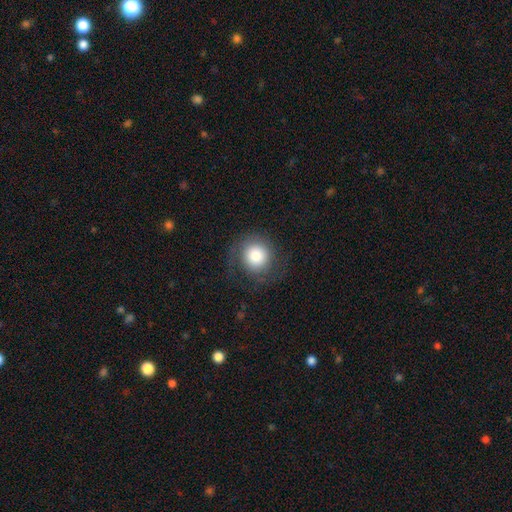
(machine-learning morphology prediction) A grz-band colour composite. It shows a smooth galaxy with no disk features (73%) that is round (91%). Merging: none (74%).